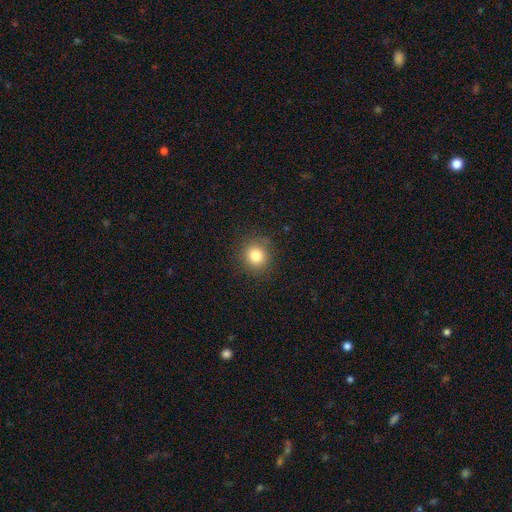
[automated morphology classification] This appears to be a smooth galaxy with no disk features (81%) that is round (87%). Merging: none (85%).